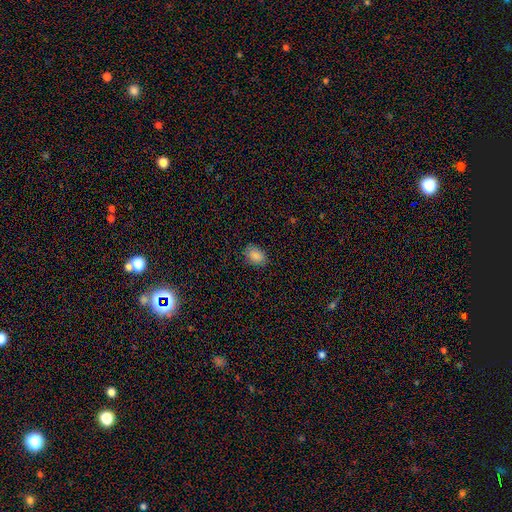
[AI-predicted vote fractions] Smooth or featured? smooth (87%)
How rounded? in between (80%)
Merging? none (83%)